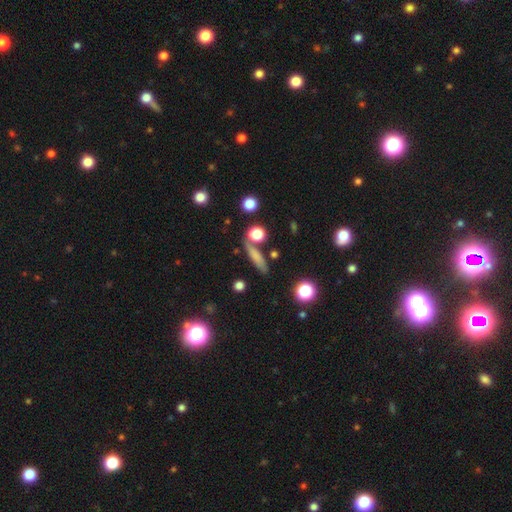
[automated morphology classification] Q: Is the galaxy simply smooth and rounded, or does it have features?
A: smooth — 70%.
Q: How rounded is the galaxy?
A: cigar-shaped — 71%.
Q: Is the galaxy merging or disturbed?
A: none — 69%.